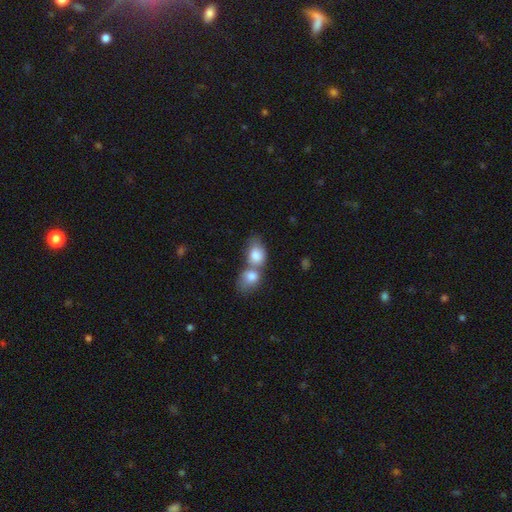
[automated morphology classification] A smooth galaxy with no disk features (81%) that is in between round and cigar-shaped (75%). Merging: merger (72%).